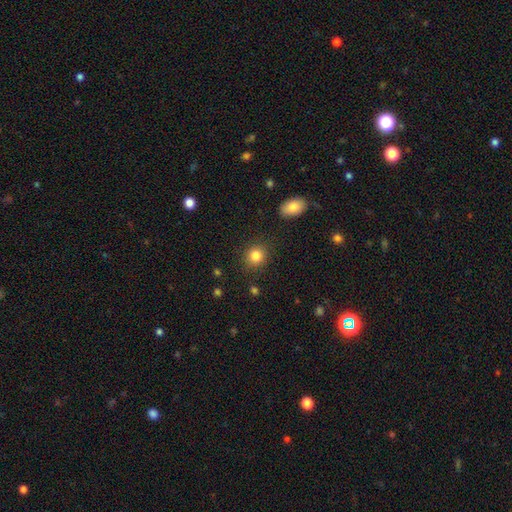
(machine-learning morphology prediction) This appears to be a smooth galaxy with no disk features (85%) that is round (81%). Merging: none (88%).